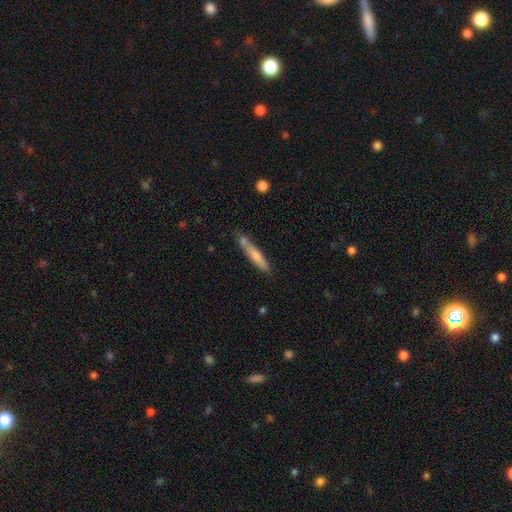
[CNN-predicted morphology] type=smooth (45%); merging=none (78%).